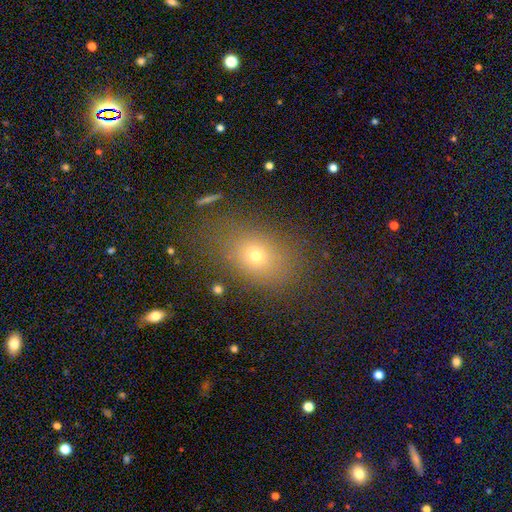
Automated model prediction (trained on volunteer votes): Smooth or featured: smooth — 69% (star or artifact — 18%)
How rounded: in between — 63% (round — 36%)
Merging: none — 78% (minor disturbance — 13%)